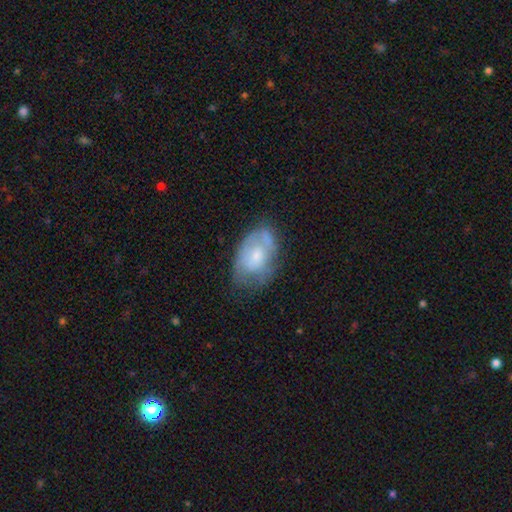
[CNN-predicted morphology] Smooth or featured? Predicted: featured or disk (p=0.48). Merging? Predicted: none (p=0.49).